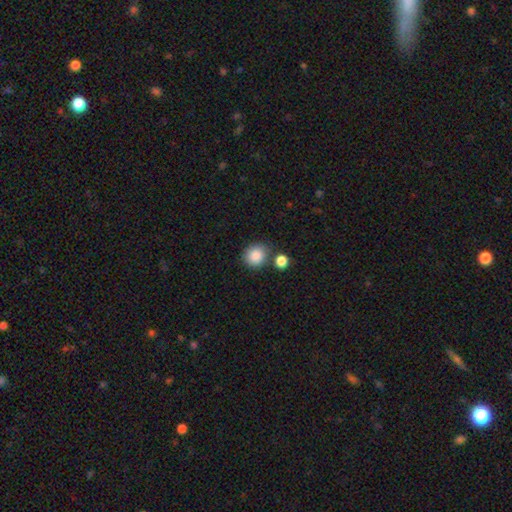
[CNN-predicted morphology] Smooth or featured?
  - smooth: 87% *
  - star or artifact: 9%
  - featured or disk: 4%
How rounded?
  - round: 83% *
  - in between: 16%
  - cigar-shaped: 1%
Merging?
  - none: 74% *
  - merger: 12%
  - minor disturbance: 11%
  - major disturbance: 3%